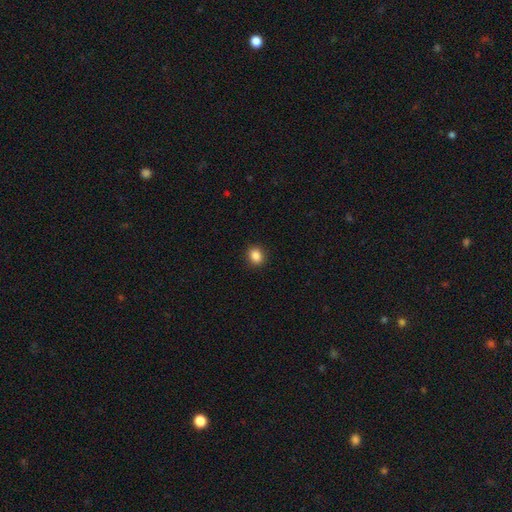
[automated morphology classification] The model was most divided on "how rounded": round: 59%, in between: 40%, cigar-shaped: 1%. More confident: merging — none (91%); smooth or featured — smooth (87%).